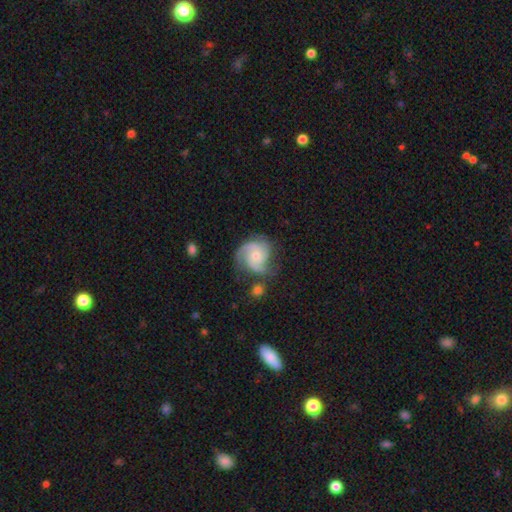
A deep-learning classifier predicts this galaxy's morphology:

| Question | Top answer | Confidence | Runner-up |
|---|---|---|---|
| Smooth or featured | featured or disk | 85% | smooth (10%) |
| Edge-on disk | no | 98% | yes (2%) |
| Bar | no | 71% | weak (25%) |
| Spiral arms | yes | 97% | no (3%) |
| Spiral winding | medium | 46% | tight (43%) |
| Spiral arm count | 3 | 51% | 2 (30%) |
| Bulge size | small | 50% | moderate (44%) |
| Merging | none | 62% | minor disturbance (23%) |